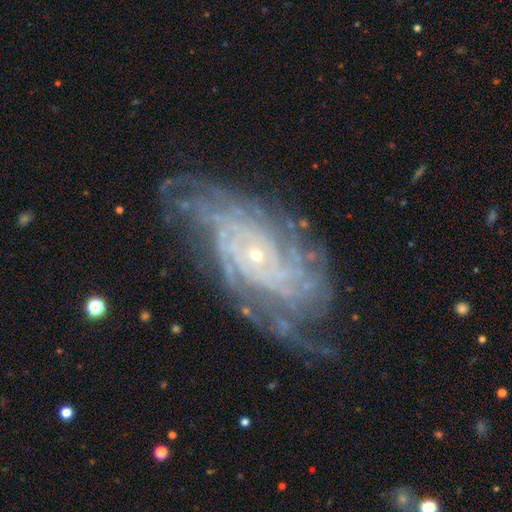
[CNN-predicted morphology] type=featured or disk (89%); edge-on=no (95%); bar=no (75%); spiral arms=yes (97%); winding=tight (74%); arm count=can't tell (29%); bulge=small (85%); merging=none (70%).